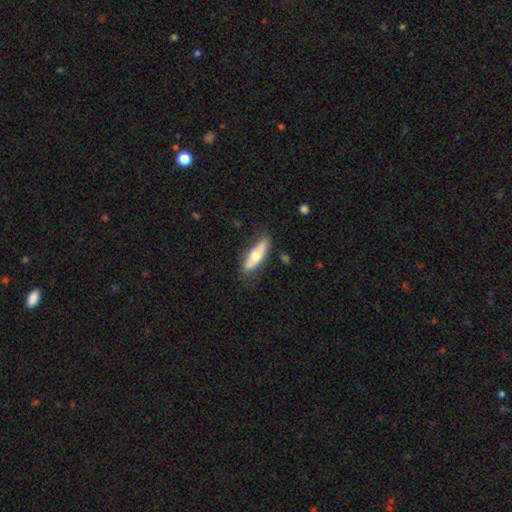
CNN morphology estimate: Q: Smooth or featured?
A: smooth (56%); runner-up: featured or disk (39%)
Q: How rounded?
A: in between (50%); runner-up: cigar-shaped (48%)
Q: Merging?
A: none (79%); runner-up: minor disturbance (16%)